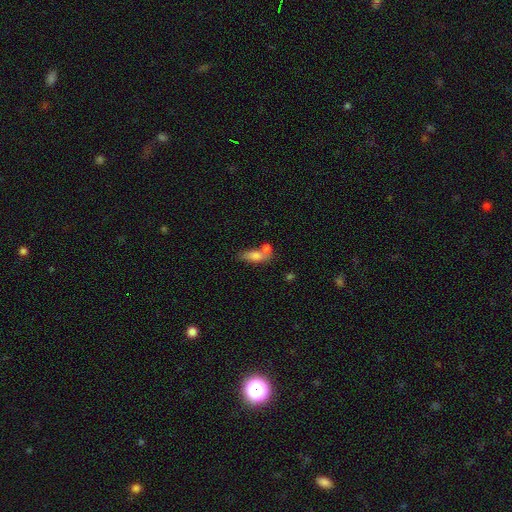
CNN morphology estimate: Q: Smooth or featured?
A: smooth (76%); runner-up: featured or disk (16%)
Q: How rounded?
A: in between (71%); runner-up: cigar-shaped (24%)
Q: Merging?
A: none (41%); runner-up: merger (37%)